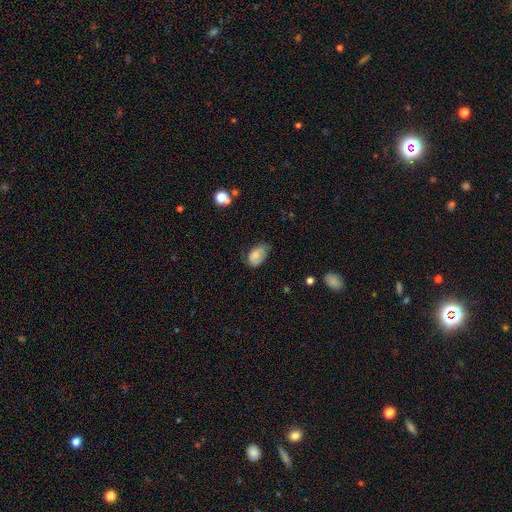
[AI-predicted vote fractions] This is likely a smooth galaxy (75%). How rounded: clearly in between (90%). Merging: possibly none (52%).